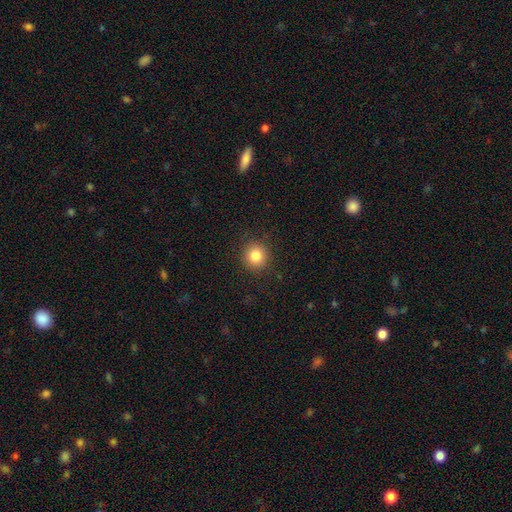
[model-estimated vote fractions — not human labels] smooth_or_featured: smooth (p=0.83) [alt: star or artifact p=0.11]
how_rounded: round (p=0.91) [alt: in between p=0.08]
merging: none (p=0.90) [alt: minor disturbance p=0.06]